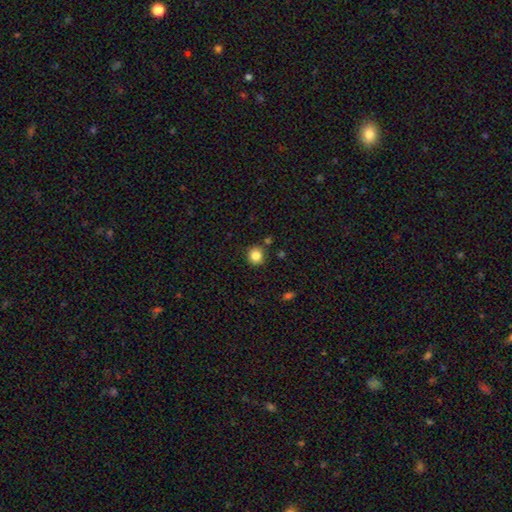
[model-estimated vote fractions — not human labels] Smooth or featured? smooth (84%)
How rounded? round (92%)
Merging? none (85%)